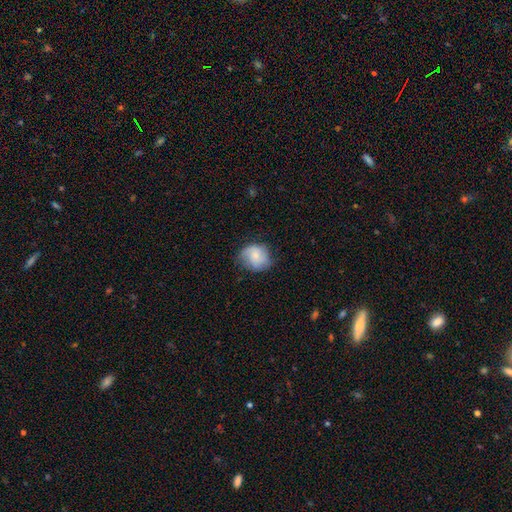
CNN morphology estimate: type=smooth (57%); roundness=round (74%); merging=none (69%).